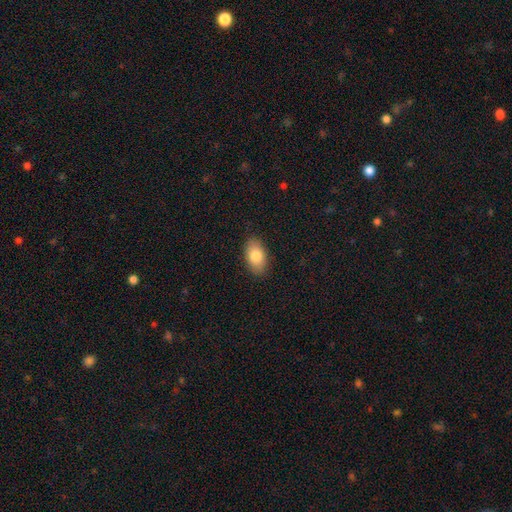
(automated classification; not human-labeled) smooth_or_featured: smooth (p=0.84) [alt: featured or disk p=0.10]
how_rounded: in between (p=0.94) [alt: round p=0.05]
merging: none (p=0.87) [alt: minor disturbance p=0.09]